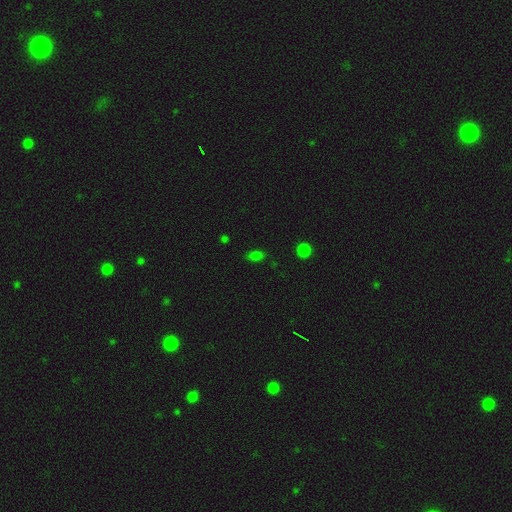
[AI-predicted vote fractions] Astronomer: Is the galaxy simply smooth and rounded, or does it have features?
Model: smooth — 73%.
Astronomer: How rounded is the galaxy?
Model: in between — 83%.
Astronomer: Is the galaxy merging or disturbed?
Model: none — 82%.